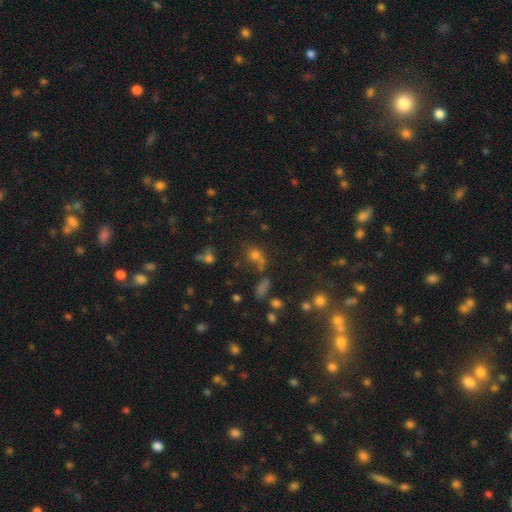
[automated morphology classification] Smooth or featured? Predicted: smooth (p=0.56). How rounded? Predicted: round (p=0.66). Merging? Predicted: none (p=0.52).